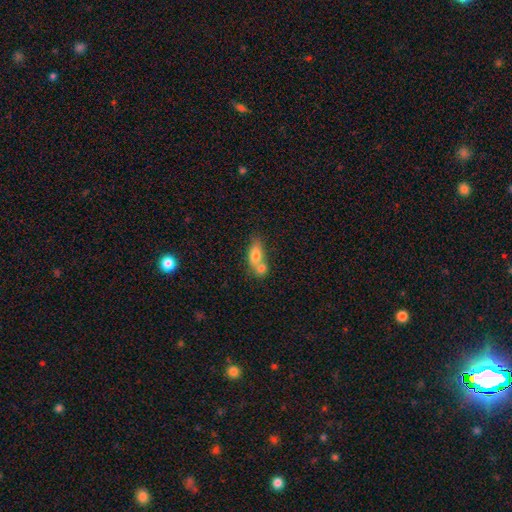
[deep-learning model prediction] Q: Smooth or featured?
A: smooth (73%); runner-up: featured or disk (19%)
Q: How rounded?
A: in between (74%); runner-up: round (15%)
Q: Merging?
A: merger (62%); runner-up: none (24%)